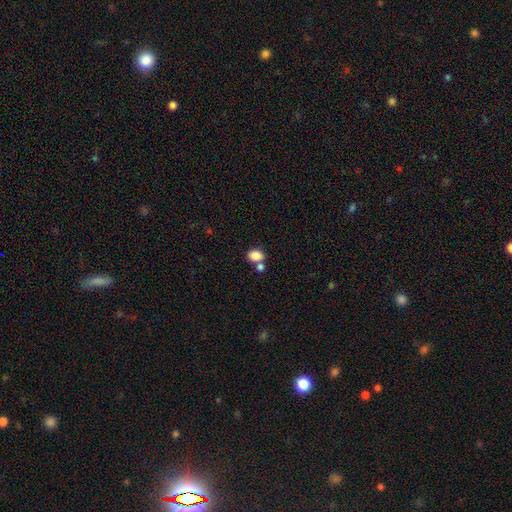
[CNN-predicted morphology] smooth 85%, star or artifact 9%, featured or disk 6%. Down the decision tree: how rounded — in between (61%); merging — none (54%).